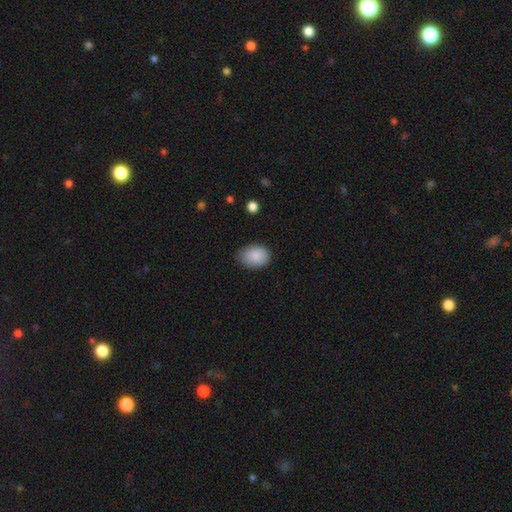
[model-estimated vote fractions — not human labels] A smooth galaxy with no disk features (88%) that is in between round and cigar-shaped (74%). Merging: none (76%).